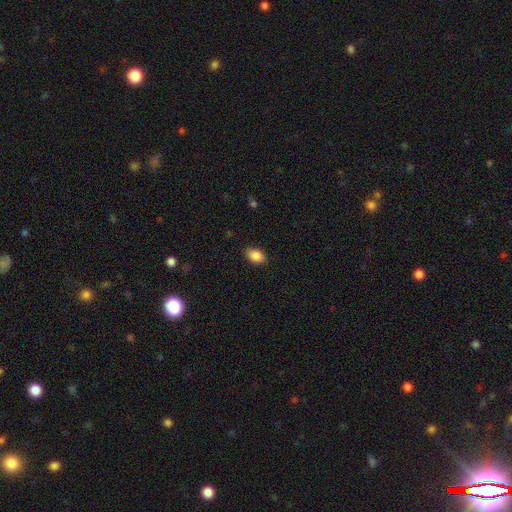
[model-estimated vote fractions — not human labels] Smooth or featured: smooth — 88% (star or artifact — 8%)
How rounded: in between — 87% (round — 12%)
Merging: none — 87% (minor disturbance — 10%)